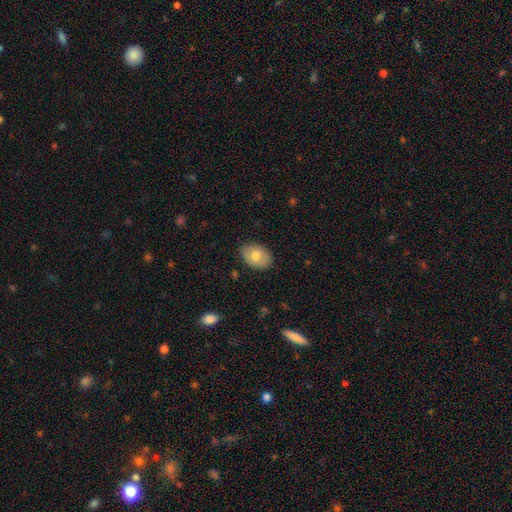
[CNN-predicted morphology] Smooth or featured?
  - smooth: 72% *
  - featured or disk: 21%
  - star or artifact: 7%
How rounded?
  - in between: 78% *
  - round: 21%
  - cigar-shaped: 1%
Merging?
  - none: 84% *
  - minor disturbance: 12%
  - major disturbance: 2%
  - merger: 1%